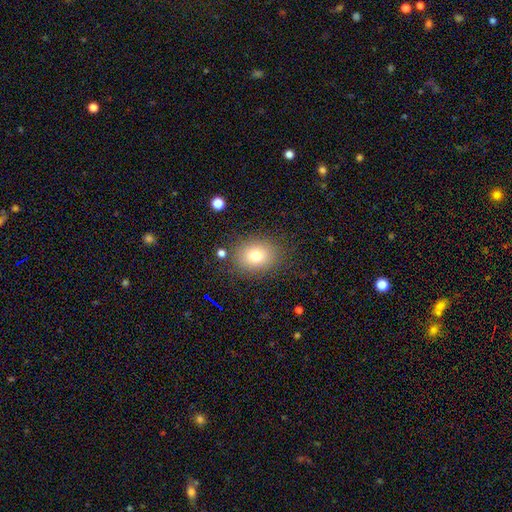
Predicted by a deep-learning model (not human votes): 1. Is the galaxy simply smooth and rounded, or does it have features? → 76% smooth, 13% star or artifact, 12% featured or disk.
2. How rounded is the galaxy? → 55% round, 44% in between, 1% cigar-shaped.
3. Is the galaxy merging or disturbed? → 83% none, 11% minor disturbance, 4% major disturbance, 2% merger.